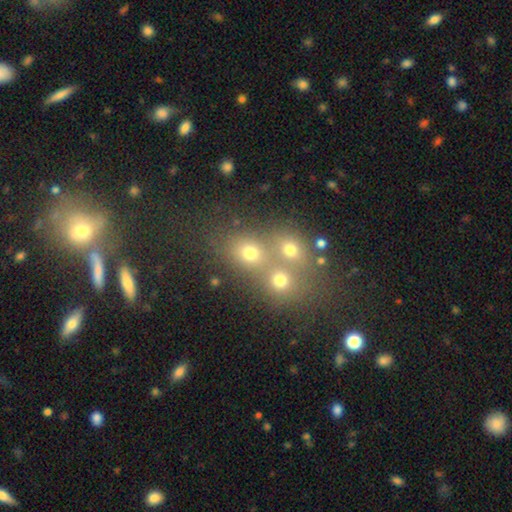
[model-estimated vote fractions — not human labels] The model was most divided on "merging": merger: 47%, none: 42%, minor disturbance: 7%, major disturbance: 4%. More confident: how rounded — round (69%); smooth or featured — smooth (61%).